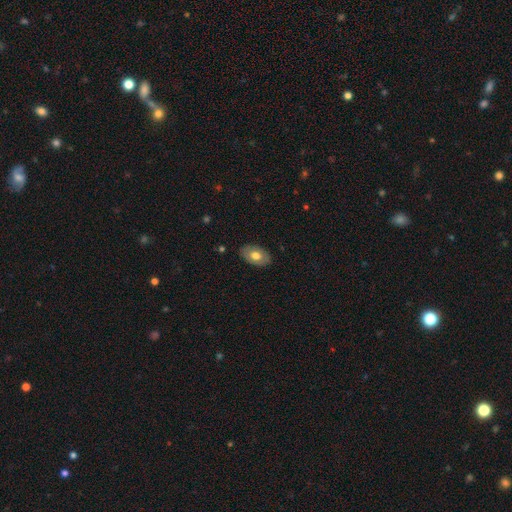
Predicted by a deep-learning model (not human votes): Smooth or featured: smooth — 66% (featured or disk — 28%)
How rounded: in between — 91% (round — 8%)
Merging: none — 85% (minor disturbance — 11%)